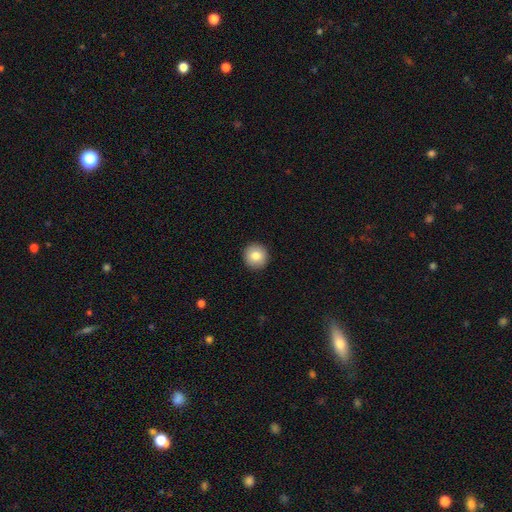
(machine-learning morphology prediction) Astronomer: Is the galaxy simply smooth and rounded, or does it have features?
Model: smooth — 82%.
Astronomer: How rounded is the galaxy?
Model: round — 95%.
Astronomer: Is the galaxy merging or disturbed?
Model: none — 92%.